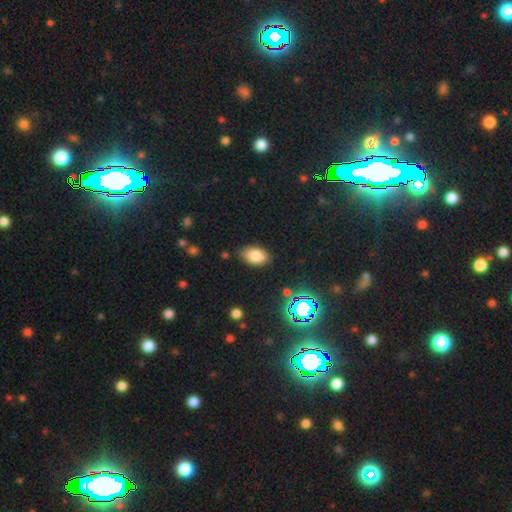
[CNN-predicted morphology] Overall: smooth (80%). How rounded: in between (90%). Merging: none (80%).